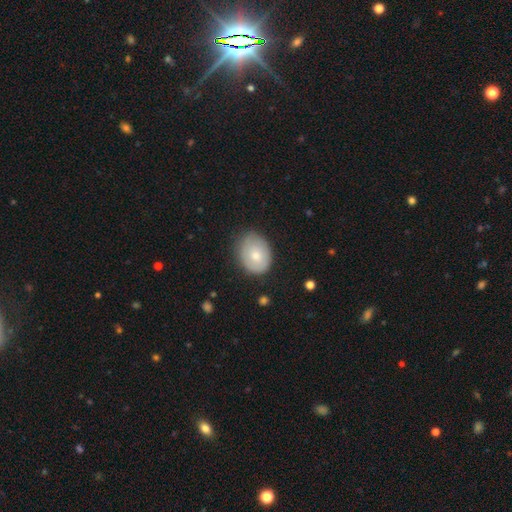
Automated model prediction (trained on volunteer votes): Smooth or featured? Predicted: smooth (p=0.70). How rounded? Predicted: in between (p=0.60). Merging? Predicted: none (p=0.71).